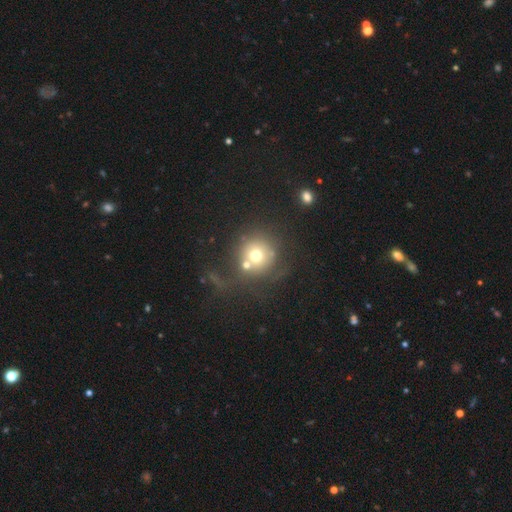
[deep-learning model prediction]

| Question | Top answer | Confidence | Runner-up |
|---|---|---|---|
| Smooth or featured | smooth | 63% | featured or disk (22%) |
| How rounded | round | 92% | in between (7%) |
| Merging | none | 46% | merger (26%) |